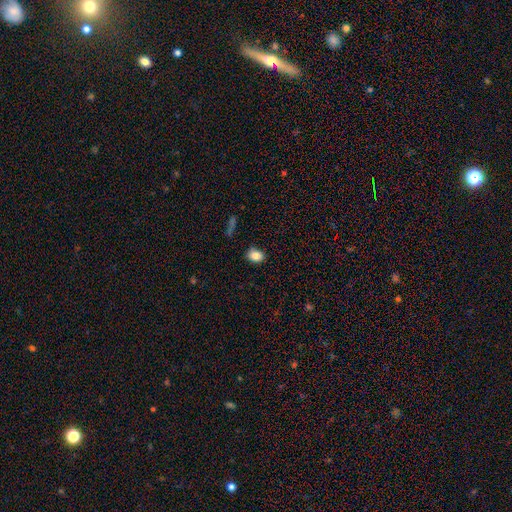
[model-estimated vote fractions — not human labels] smooth-or-featured: smooth: 85% | star or artifact: 9% | featured or disk: 6%
  how-rounded: in between: 64% | round: 35% | cigar-shaped: 1%
  merging: none: 84% | minor disturbance: 12% | major disturbance: 2% | merger: 2%